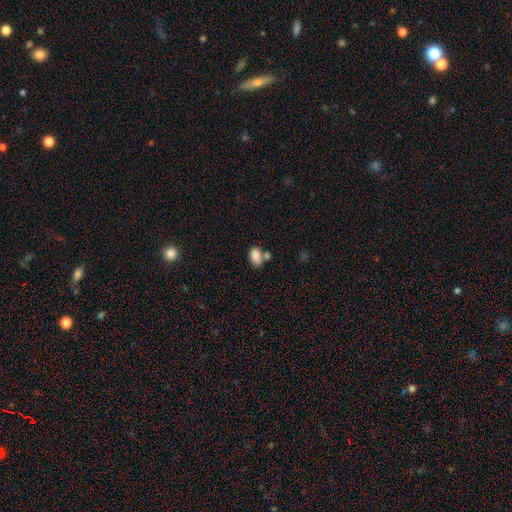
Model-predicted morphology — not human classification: Smooth or featured? smooth (84%)
How rounded? in between (86%)
Merging? none (43%)